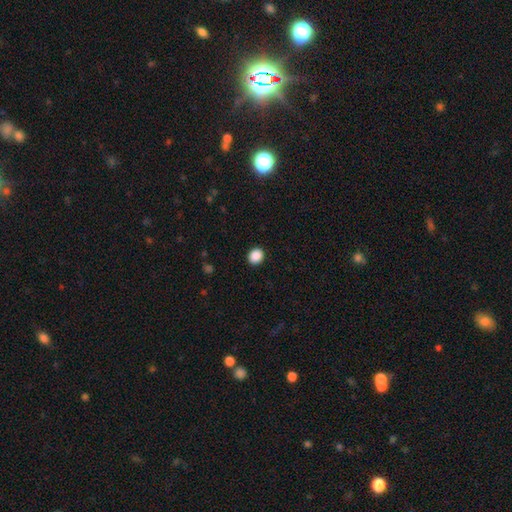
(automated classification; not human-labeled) Q: Smooth or featured?
A: smooth (89%); runner-up: star or artifact (9%)
Q: How rounded?
A: round (70%); runner-up: in between (29%)
Q: Merging?
A: none (92%); runner-up: minor disturbance (5%)